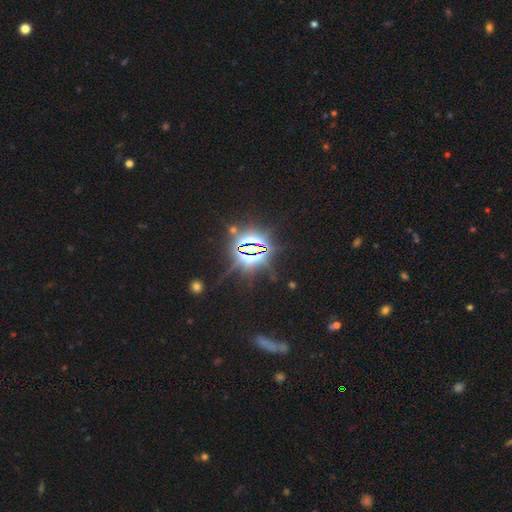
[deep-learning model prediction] This is clearly a star or artifact rather than a galaxy (84%).